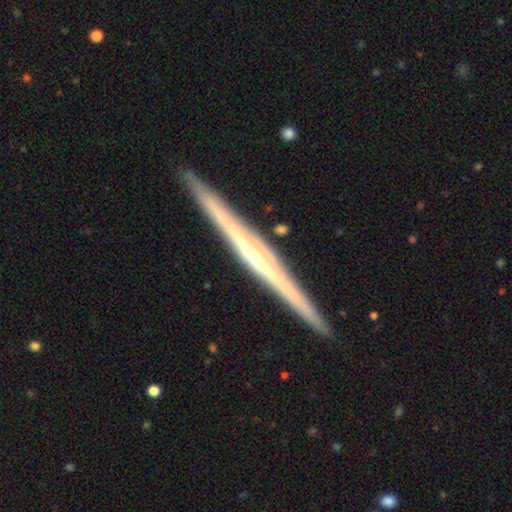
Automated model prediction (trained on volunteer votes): Smooth or featured: featured or disk — 81% (smooth — 14%)
Edge-on disk: yes — 98% (no — 2%)
Edge-on bulge: rounded — 49% (none — 41%)
Merging: none — 92% (minor disturbance — 6%)